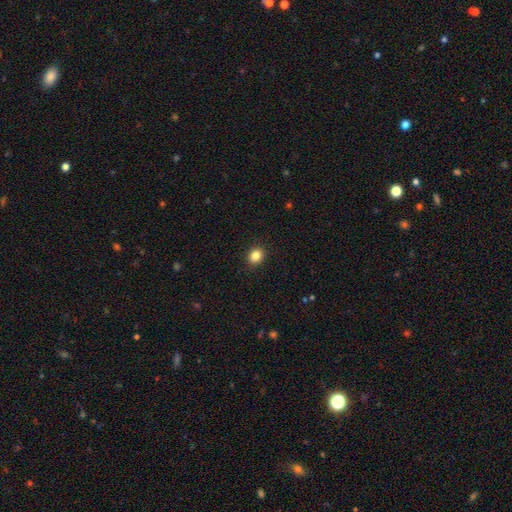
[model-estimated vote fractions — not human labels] smooth 85%, star or artifact 11%, featured or disk 4%. Down the decision tree: how rounded — round (67%); merging — none (91%).